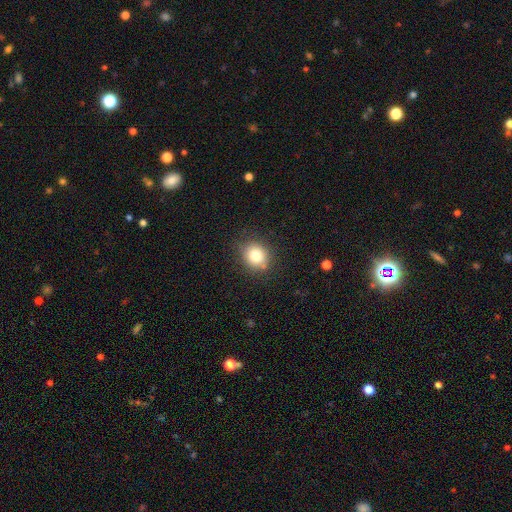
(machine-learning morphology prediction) This appears to be a smooth galaxy with no disk features (80%) that is round (74%). Merging: none (80%).